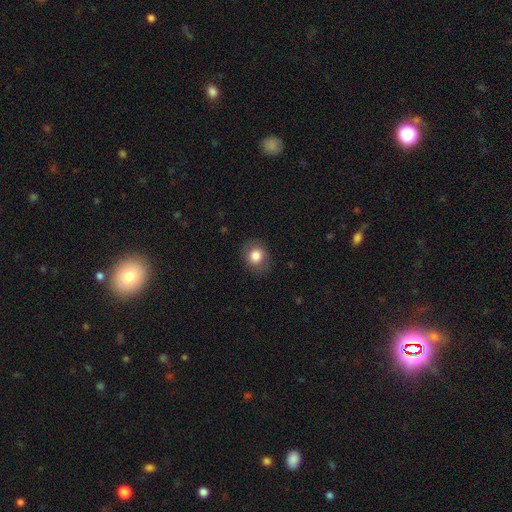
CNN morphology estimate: type=smooth (82%); roundness=round (65%); merging=none (85%).